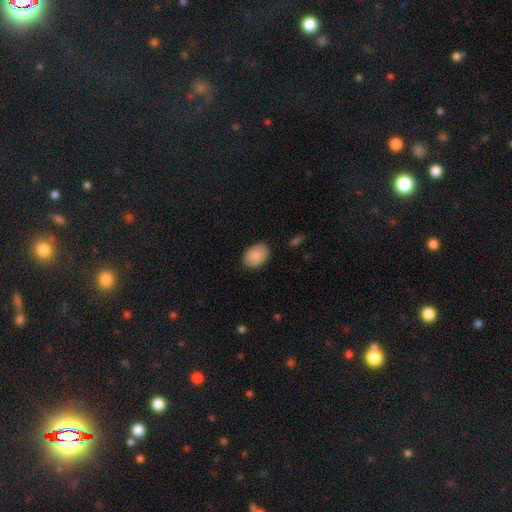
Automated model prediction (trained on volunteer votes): smooth 88%, star or artifact 6%, featured or disk 6%. Down the decision tree: how rounded — in between (79%); merging — none (86%).